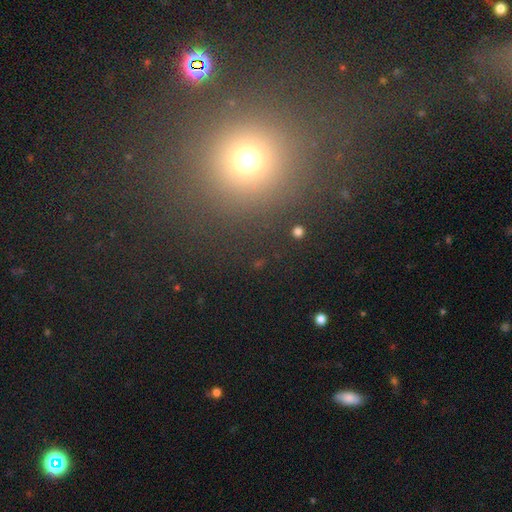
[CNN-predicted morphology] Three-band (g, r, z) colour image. It shows a smooth galaxy with no disk features (57%) that is round (91%). Merging: none (84%).